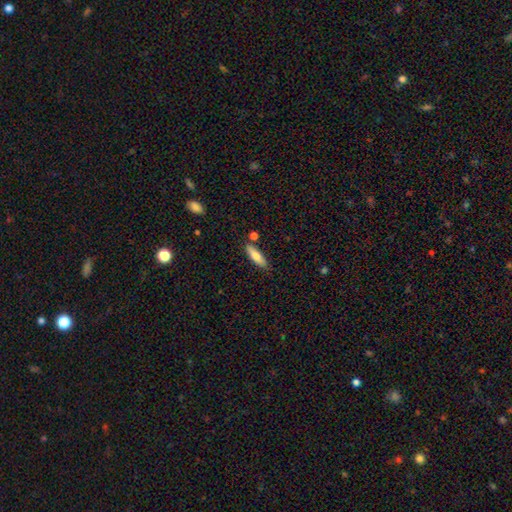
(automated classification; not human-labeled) This appears to be a smooth galaxy with no disk features (76%) that is cigar-shaped (62%). Merging: none (79%).